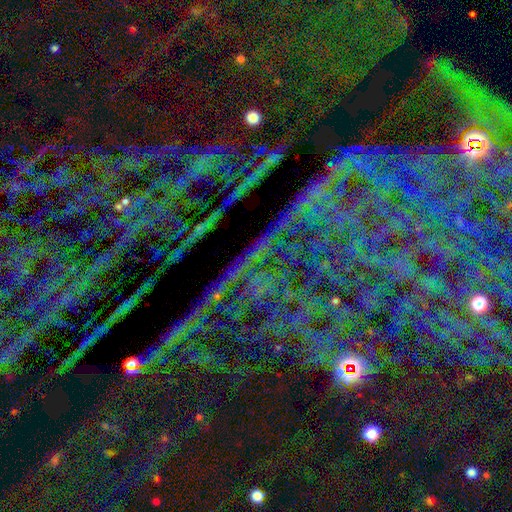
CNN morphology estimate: smooth-or-featured: star or artifact: 83% | featured or disk: 9% | smooth: 8%